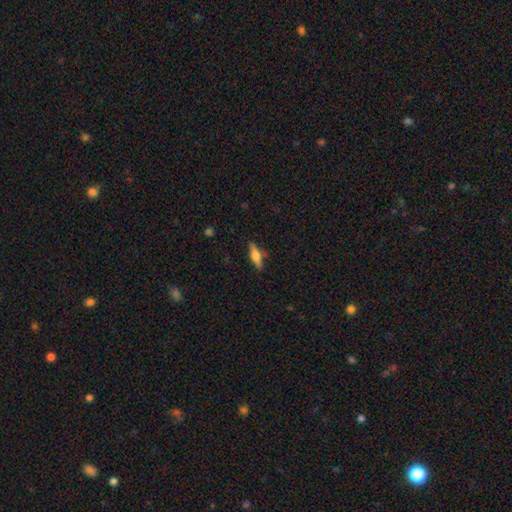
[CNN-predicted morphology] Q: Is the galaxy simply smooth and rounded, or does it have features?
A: smooth — 52%.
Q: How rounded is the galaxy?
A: cigar-shaped — 55%.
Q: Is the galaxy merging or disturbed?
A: none — 83%.